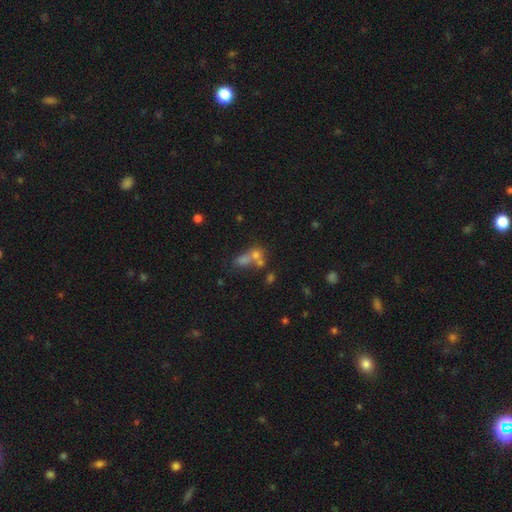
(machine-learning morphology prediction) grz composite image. It shows a smooth galaxy with no disk features (46%). Merging: merger (49%).